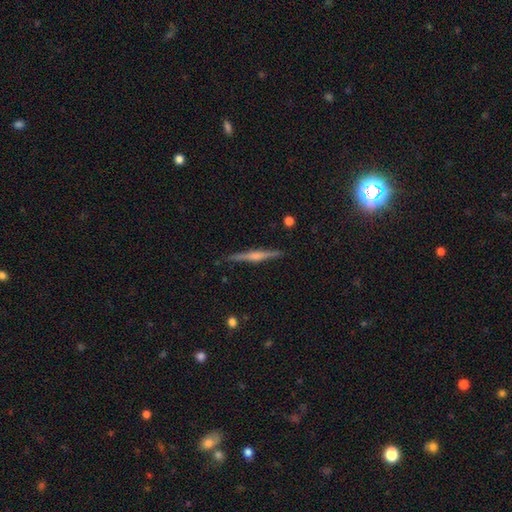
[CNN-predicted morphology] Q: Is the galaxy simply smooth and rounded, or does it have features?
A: featured or disk — 75%.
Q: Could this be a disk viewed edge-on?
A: yes — 98%.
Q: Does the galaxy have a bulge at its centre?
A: rounded — 74%.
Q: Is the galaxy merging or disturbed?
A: none — 90%.